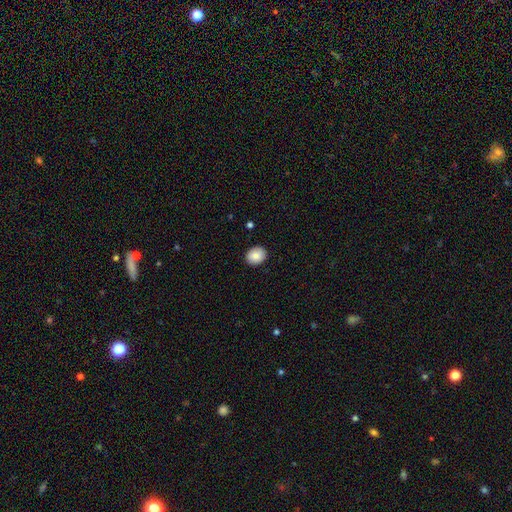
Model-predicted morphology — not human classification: Smooth or featured?
  - smooth: 86% *
  - star or artifact: 8%
  - featured or disk: 6%
How rounded?
  - round: 55% *
  - in between: 44%
  - cigar-shaped: 1%
Merging?
  - none: 89% *
  - minor disturbance: 8%
  - major disturbance: 2%
  - merger: 1%